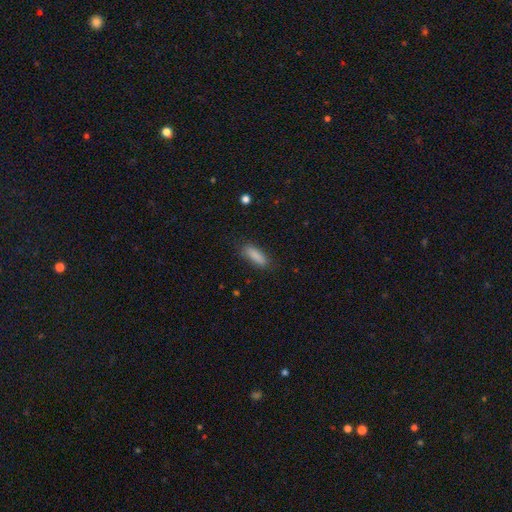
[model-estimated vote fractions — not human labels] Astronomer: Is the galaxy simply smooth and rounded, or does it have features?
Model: smooth — 87%.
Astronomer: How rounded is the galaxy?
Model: in between — 55% (runner-up: cigar-shaped, 43%).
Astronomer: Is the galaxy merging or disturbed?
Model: none — 81%.